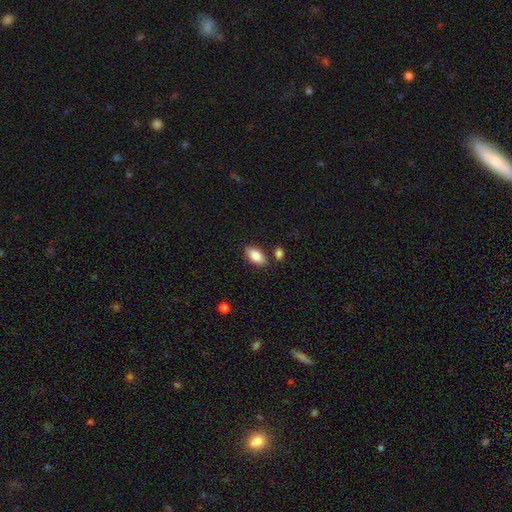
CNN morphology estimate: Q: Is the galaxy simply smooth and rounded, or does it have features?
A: smooth — 86%.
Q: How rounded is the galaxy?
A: in between — 92%.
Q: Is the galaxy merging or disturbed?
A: none — 82%.